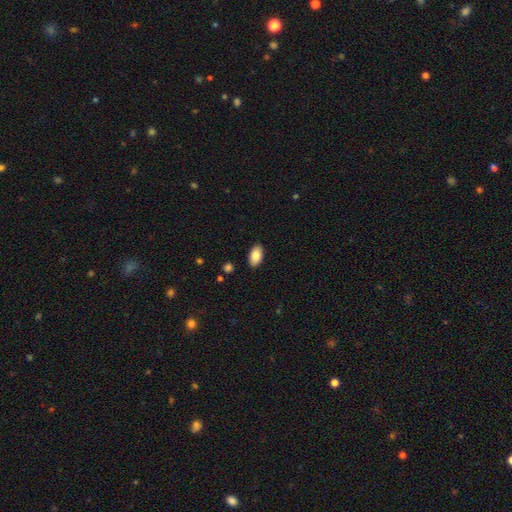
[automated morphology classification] A smooth galaxy with no disk features (85%) that is in between round and cigar-shaped (94%).

Vote fractions:
- Smooth or featured? smooth: 85% / featured or disk: 8% / star or artifact: 7%
- How rounded? in between: 94% / round: 4% / cigar-shaped: 2%
- Merging? none: 89% / minor disturbance: 8% / major disturbance: 2% / merger: 1%